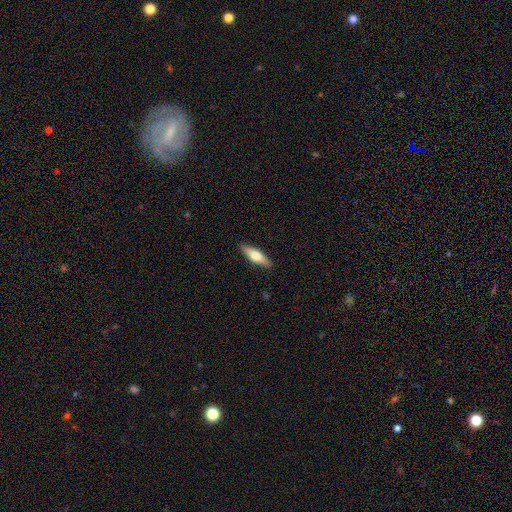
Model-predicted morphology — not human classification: smooth_or_featured: smooth (p=0.57) [alt: featured or disk p=0.37]
how_rounded: cigar-shaped (p=0.59) [alt: in between p=0.39]
merging: none (p=0.89) [alt: minor disturbance p=0.08]